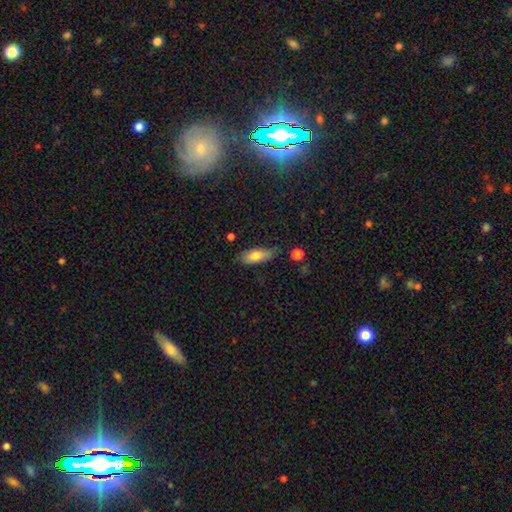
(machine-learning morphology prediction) A smooth galaxy with no disk features (77%) that is in between round and cigar-shaped (76%). Merging: none (66%).